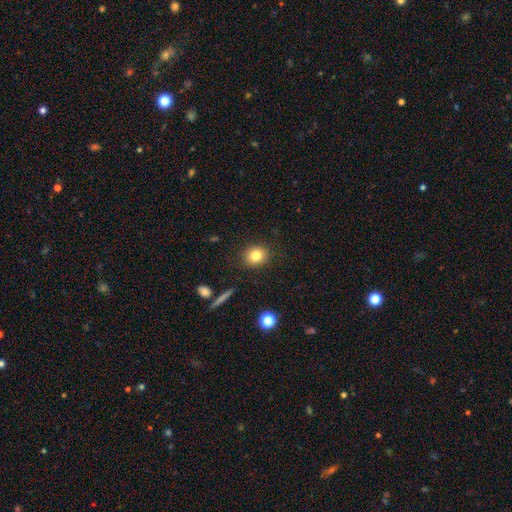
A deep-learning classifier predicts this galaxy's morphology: Smooth or featured?
  - smooth: 81% *
  - star or artifact: 11%
  - featured or disk: 8%
How rounded?
  - round: 76% *
  - in between: 23%
  - cigar-shaped: 1%
Merging?
  - none: 89% *
  - minor disturbance: 7%
  - major disturbance: 2%
  - merger: 1%